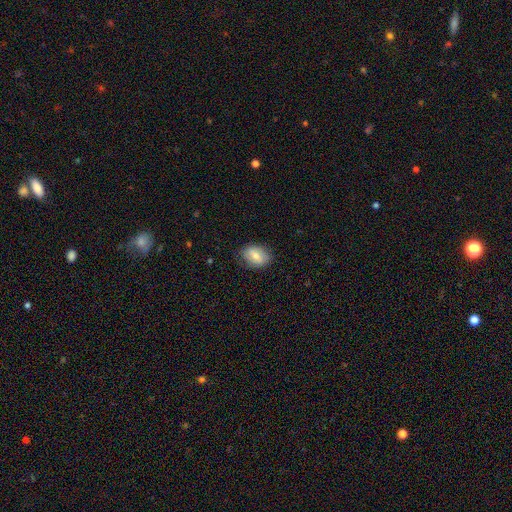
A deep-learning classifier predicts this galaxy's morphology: A smooth galaxy with no disk features (70%) that is in between round and cigar-shaped (75%). Merging: none (79%).